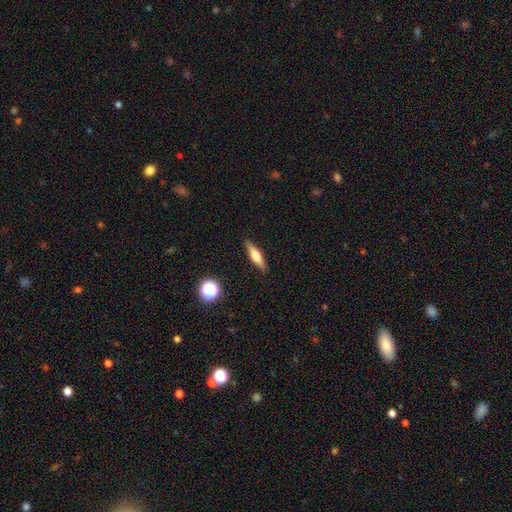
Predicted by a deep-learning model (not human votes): A featured or disk galaxy (48%). Merging: none (89%).